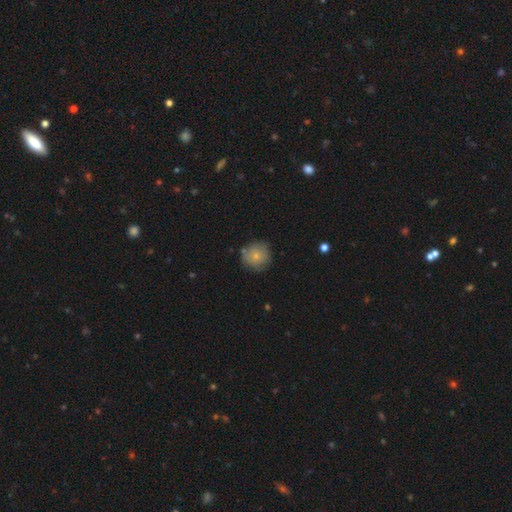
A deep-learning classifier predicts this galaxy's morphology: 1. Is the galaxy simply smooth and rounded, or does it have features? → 74% smooth, 18% featured or disk, 9% star or artifact.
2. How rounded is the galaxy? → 92% round, 7% in between, 1% cigar-shaped.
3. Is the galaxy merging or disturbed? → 75% none, 18% minor disturbance, 4% major disturbance, 3% merger.